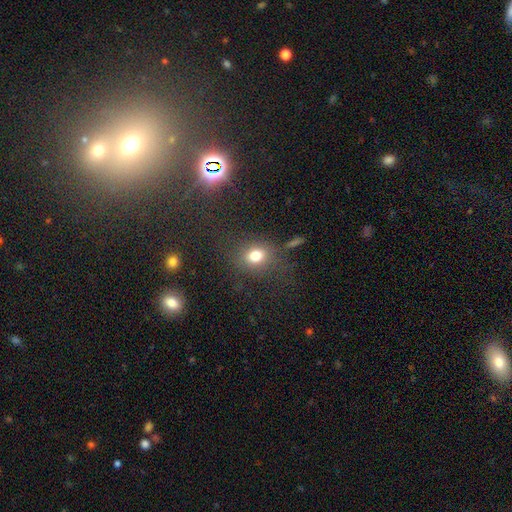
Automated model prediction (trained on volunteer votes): This is likely a smooth galaxy (77%). How rounded: possibly round (56%). Merging: likely none (74%).